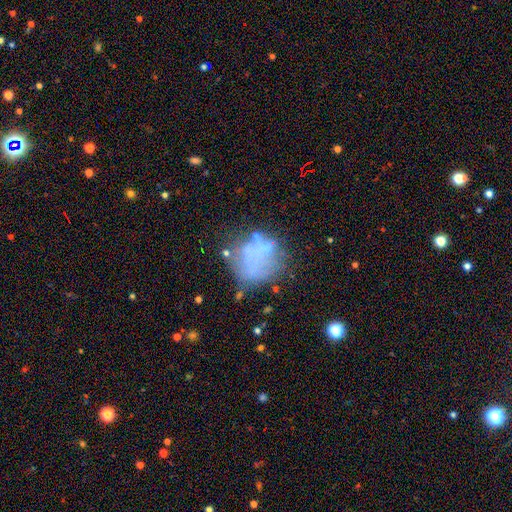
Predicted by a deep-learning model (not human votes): The model was most divided on "smooth or featured": smooth: 43%, featured or disk: 41%, star or artifact: 15%. Remaining: merging — none (49%).